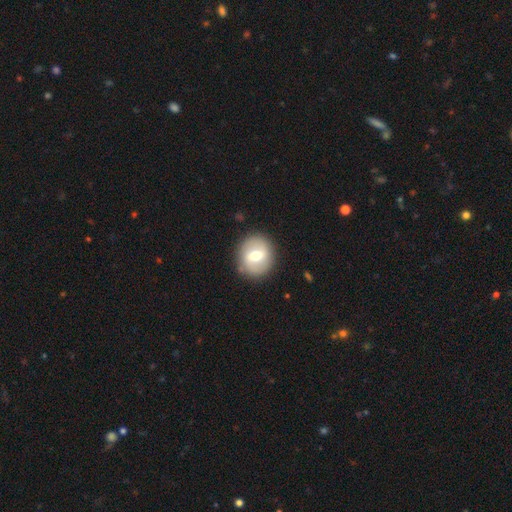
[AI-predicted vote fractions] smooth-or-featured: smooth: 55% | featured or disk: 38% | star or artifact: 7%
  how-rounded: round: 81% | in between: 18% | cigar-shaped: 1%
  merging: none: 86% | minor disturbance: 9% | major disturbance: 3% | merger: 1%